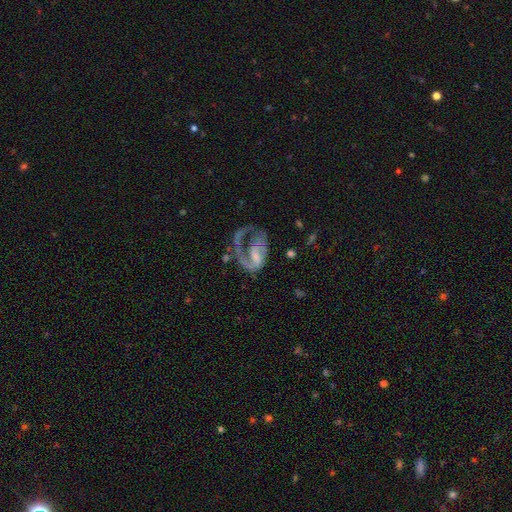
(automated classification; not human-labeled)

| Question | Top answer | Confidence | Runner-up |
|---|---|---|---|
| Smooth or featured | featured or disk | 76% | smooth (17%) |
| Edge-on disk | no | 98% | yes (2%) |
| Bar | no | 44% | weak (42%) |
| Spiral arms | yes | 81% | no (19%) |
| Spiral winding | loose | 42% | medium (37%) |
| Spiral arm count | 1 | 73% | 2 (16%) |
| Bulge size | small | 35% | none (34%) |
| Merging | major disturbance | 54% | none (26%) |